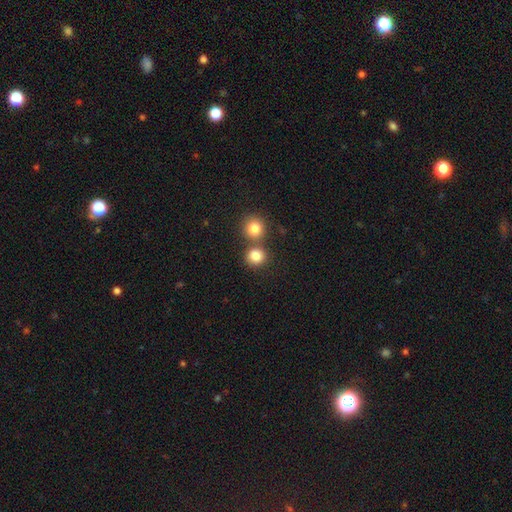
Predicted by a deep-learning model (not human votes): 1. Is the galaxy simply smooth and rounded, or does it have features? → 83% smooth, 11% star or artifact, 6% featured or disk.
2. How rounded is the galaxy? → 87% round, 12% in between, 1% cigar-shaped.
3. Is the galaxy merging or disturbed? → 64% none, 26% merger, 7% minor disturbance, 3% major disturbance.